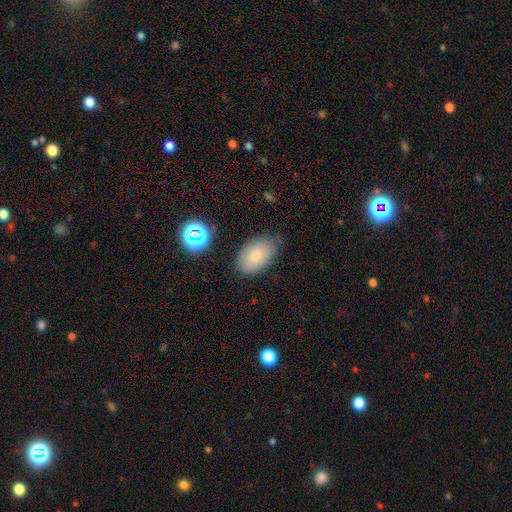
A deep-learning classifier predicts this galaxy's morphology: Overall: smooth (76%). How rounded: in between (90%). Merging: none (72%).